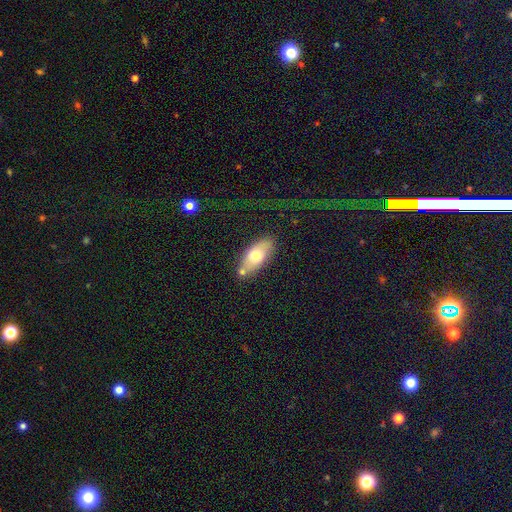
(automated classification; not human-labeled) Smooth or featured? Predicted: smooth (p=0.67). How rounded? Predicted: in between (p=0.85). Merging? Predicted: none (p=0.71).